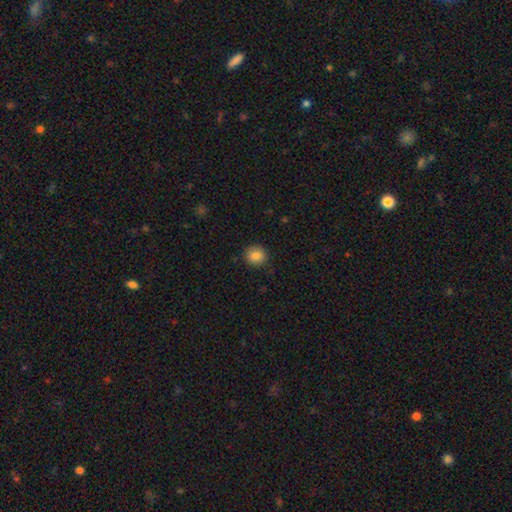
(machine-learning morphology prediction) smooth_or_featured: smooth (p=0.85) [alt: star or artifact p=0.09]
how_rounded: round (p=0.81) [alt: in between p=0.18]
merging: none (p=0.86) [alt: minor disturbance p=0.10]